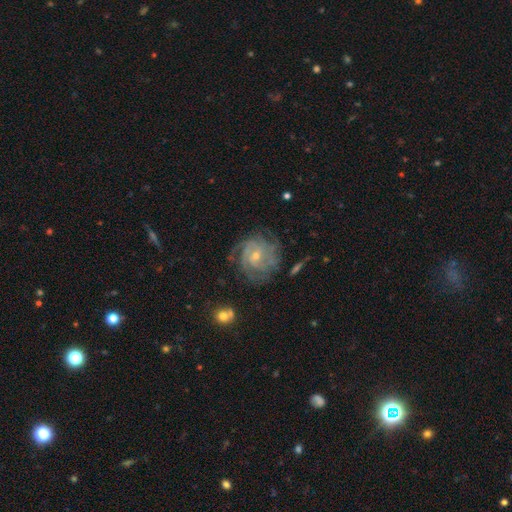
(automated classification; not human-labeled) featured or disk 83%, smooth 9%, star or artifact 8%. Down the decision tree: edge-on disk — no (97%); bar — no (63%); spiral arms — yes (96%); spiral arm count — can't tell (32%); spiral winding — tight (71%); bulge size — small (61%); merging — none (73%).